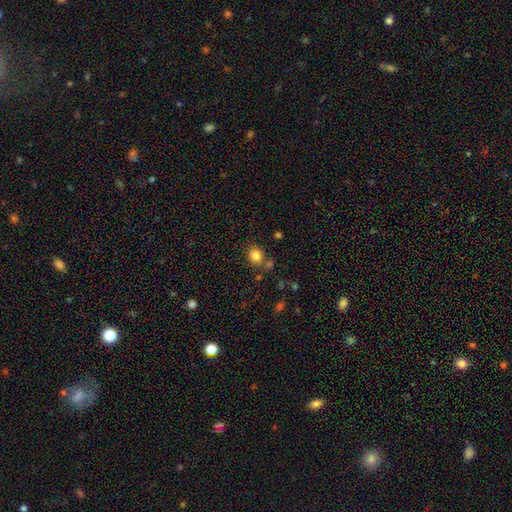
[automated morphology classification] type=smooth (84%); roundness=round (67%); merging=none (71%).